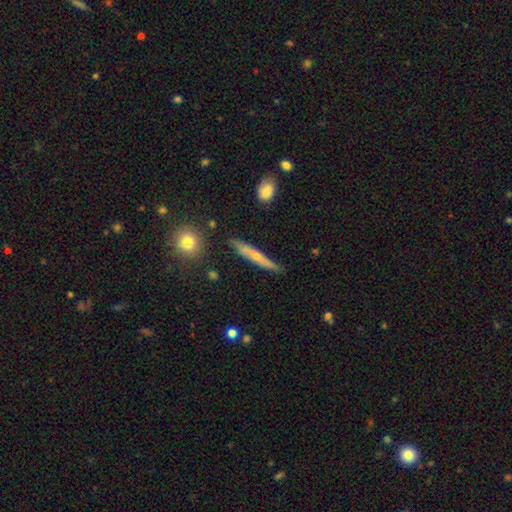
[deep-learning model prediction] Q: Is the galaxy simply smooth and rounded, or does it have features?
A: featured or disk — 55%.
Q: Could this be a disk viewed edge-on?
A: yes — 91%.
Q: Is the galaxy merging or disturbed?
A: none — 84%.